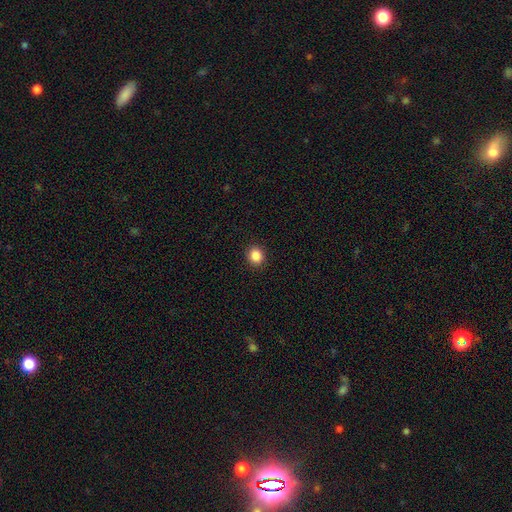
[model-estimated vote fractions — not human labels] A smooth galaxy with no disk features (86%) that is round (82%). Merging: none (92%).